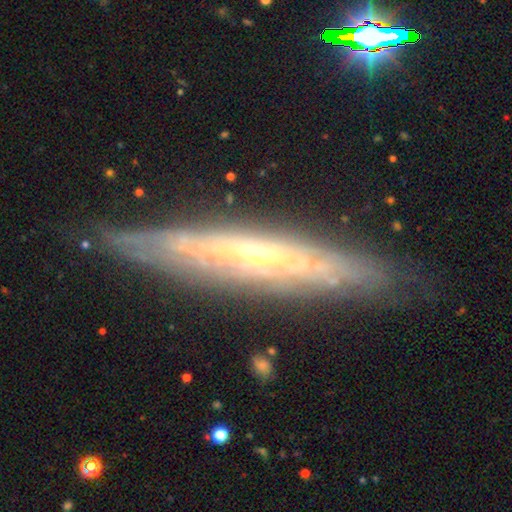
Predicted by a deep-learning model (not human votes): Morphology: type=featured or disk (80%); edge-on=yes (72%); edge-on bulge=rounded (53%); merging=none (82%).